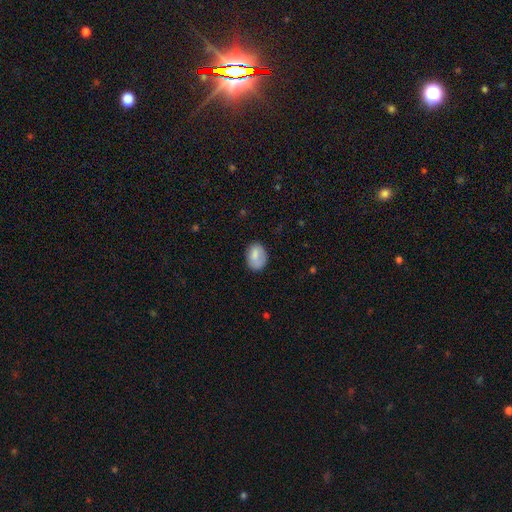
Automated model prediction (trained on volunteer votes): A smooth galaxy with no disk features (82%) that is in between round and cigar-shaped (78%).

Vote fractions:
- Smooth or featured? smooth: 82% / featured or disk: 11% / star or artifact: 7%
- How rounded? in between: 78% / round: 21% / cigar-shaped: 1%
- Merging? none: 74% / minor disturbance: 19% / major disturbance: 5% / merger: 2%